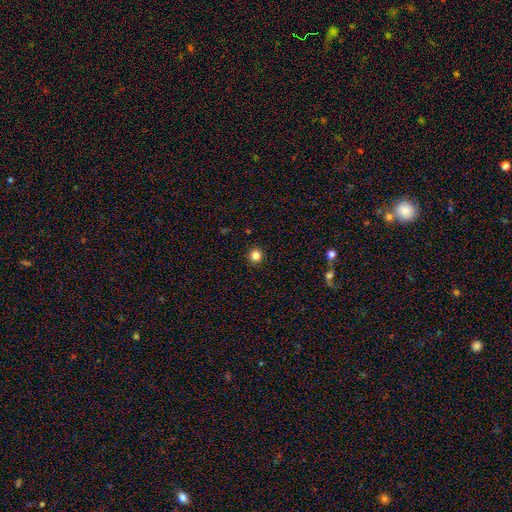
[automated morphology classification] Smooth or featured?
  - smooth: 84% *
  - star or artifact: 12%
  - featured or disk: 4%
How rounded?
  - round: 94% *
  - in between: 5%
  - cigar-shaped: 1%
Merging?
  - none: 93% *
  - minor disturbance: 5%
  - major disturbance: 2%
  - merger: 1%